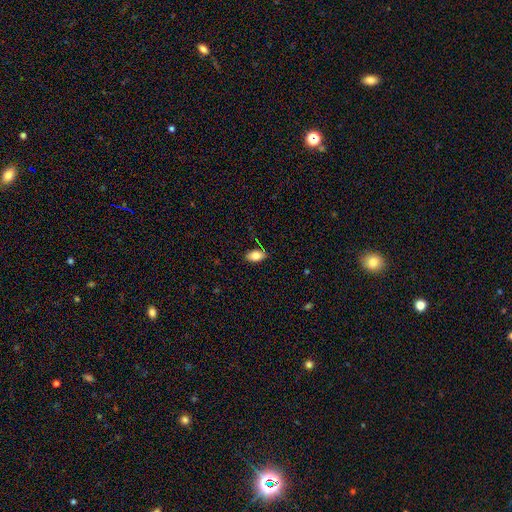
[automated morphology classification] Smooth or featured: smooth — 82% (featured or disk — 10%)
How rounded: in between — 92% (round — 6%)
Merging: none — 83% (minor disturbance — 12%)